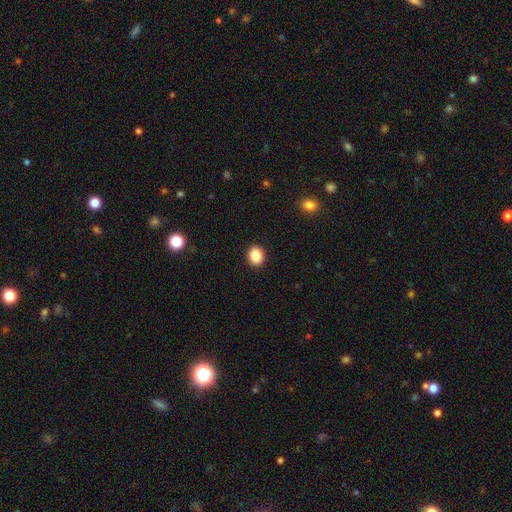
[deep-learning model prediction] The model was most divided on "how rounded": round: 59%, in between: 40%, cigar-shaped: 1%. More confident: merging — none (92%); smooth or featured — smooth (88%).